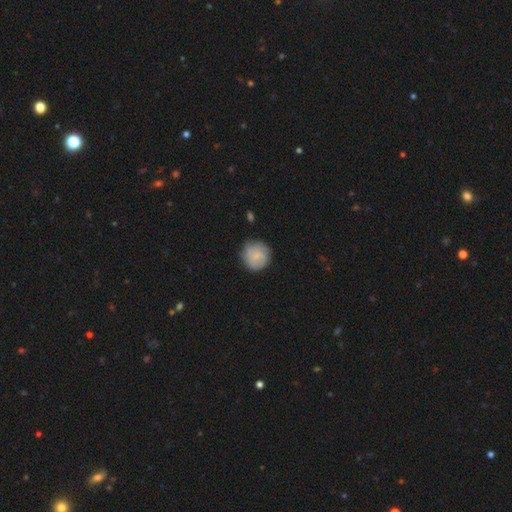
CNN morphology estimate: smooth_or_featured: smooth (p=0.66) [alt: featured or disk p=0.27]
how_rounded: round (p=0.92) [alt: in between p=0.07]
merging: none (p=0.78) [alt: minor disturbance p=0.16]